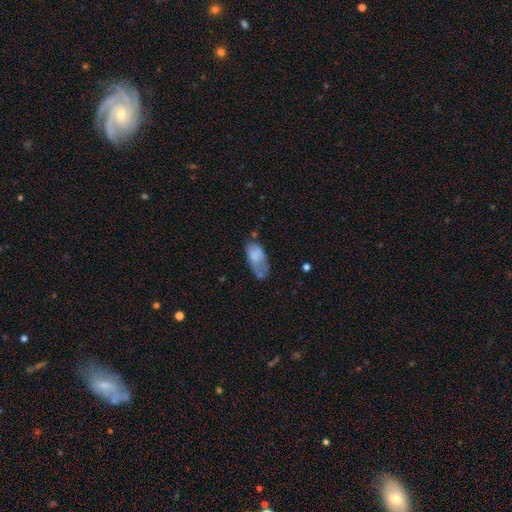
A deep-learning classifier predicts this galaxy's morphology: The model was most divided on "merging": none: 38%, minor disturbance: 33%, major disturbance: 22%, merger: 7%. More confident: how rounded — in between (90%); smooth or featured — smooth (69%).